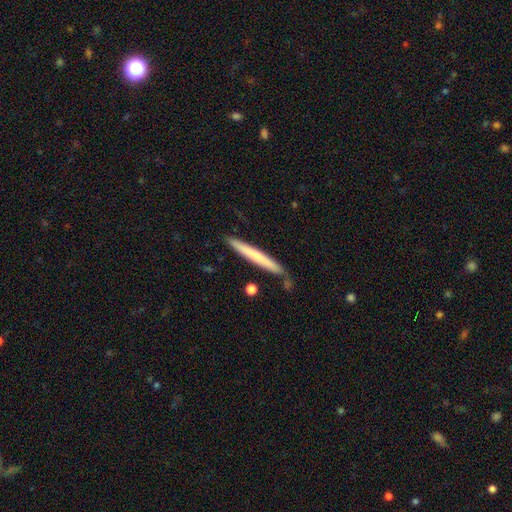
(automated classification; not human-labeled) Smooth or featured: smooth — 61% (featured or disk — 33%)
How rounded: cigar-shaped — 97% (in between — 2%)
Merging: none — 82% (minor disturbance — 12%)